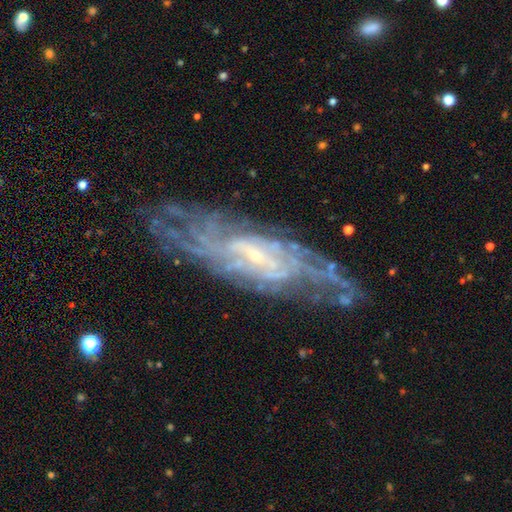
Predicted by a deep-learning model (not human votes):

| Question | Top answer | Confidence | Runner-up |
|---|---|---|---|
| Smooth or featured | featured or disk | 85% | star or artifact (8%) |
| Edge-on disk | no | 82% | yes (18%) |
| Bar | weak | 42% | no (40%) |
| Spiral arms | yes | 93% | no (7%) |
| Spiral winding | tight | 61% | medium (30%) |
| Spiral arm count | can't tell | 46% | more than 4 (14%) |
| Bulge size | small | 81% | moderate (13%) |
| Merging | none | 72% | minor disturbance (18%) |